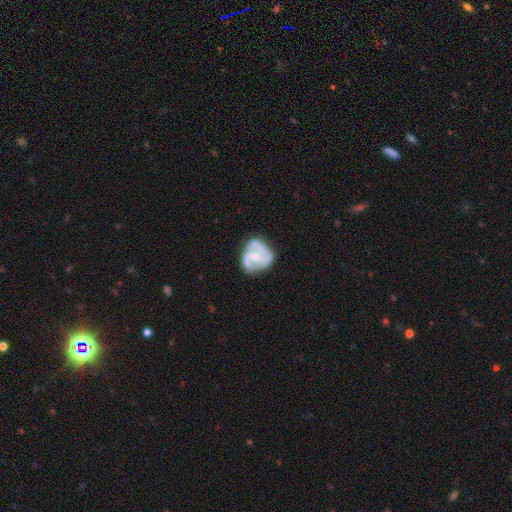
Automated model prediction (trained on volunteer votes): Q: Smooth or featured?
A: featured or disk (75%); runner-up: smooth (19%)
Q: Edge-on disk?
A: no (98%); runner-up: yes (2%)
Q: Bar?
A: no (61%); runner-up: weak (32%)
Q: Spiral arms?
A: yes (84%); runner-up: no (16%)
Q: Spiral winding?
A: medium (48%); runner-up: tight (33%)
Q: Spiral arm count?
A: 2 (41%); runner-up: 3 (34%)
Q: Bulge size?
A: moderate (54%); runner-up: small (36%)
Q: Merging?
A: none (49%); runner-up: minor disturbance (30%)